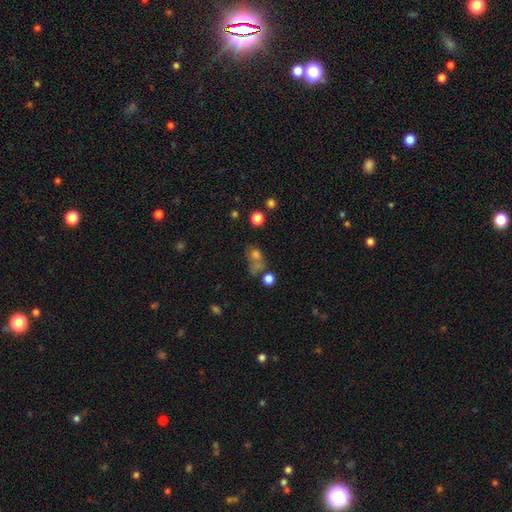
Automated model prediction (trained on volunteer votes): Smooth or featured? smooth (54%)
How rounded? round (55%)
Merging? none (38%)